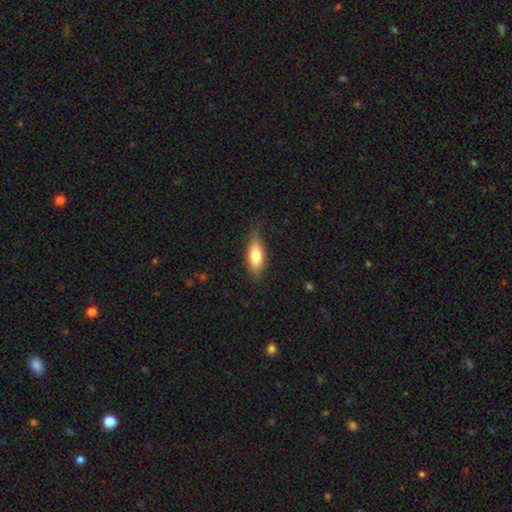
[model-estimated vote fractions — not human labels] This is likely a smooth galaxy (77%). How rounded: likely in between (71%). Merging: likely none (77%).